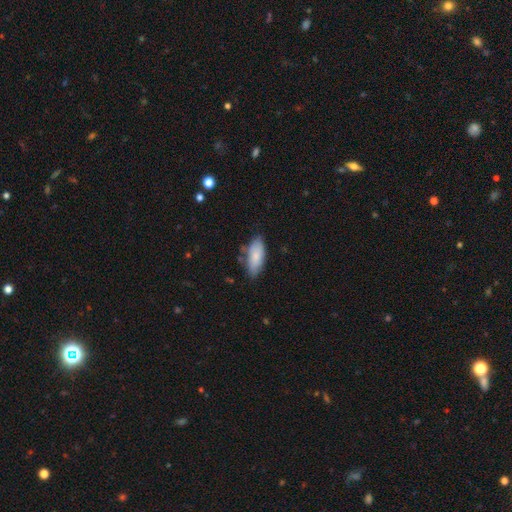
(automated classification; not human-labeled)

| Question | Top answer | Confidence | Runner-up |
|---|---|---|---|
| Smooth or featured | smooth | 81% | featured or disk (13%) |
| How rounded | in between | 85% | cigar-shaped (13%) |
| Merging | none | 68% | minor disturbance (24%) |